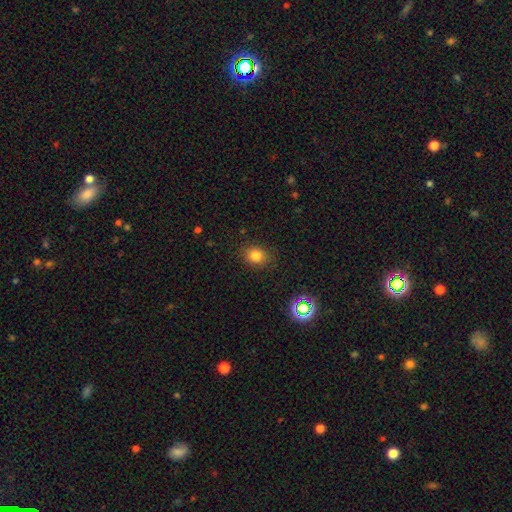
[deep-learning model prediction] Smooth or featured?
  - smooth: 80% *
  - star or artifact: 14%
  - featured or disk: 6%
How rounded?
  - round: 60% *
  - in between: 39%
  - cigar-shaped: 1%
Merging?
  - none: 86% *
  - minor disturbance: 10%
  - major disturbance: 3%
  - merger: 1%